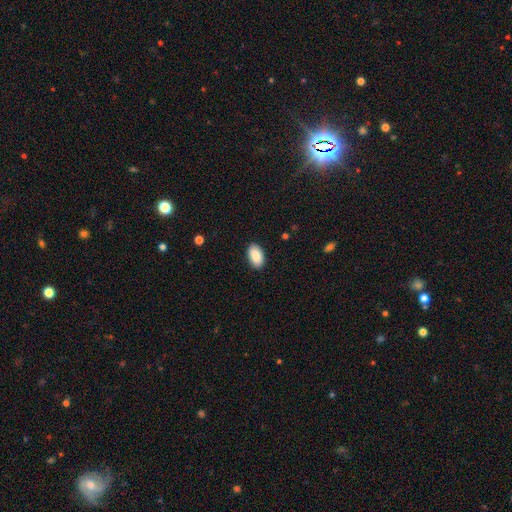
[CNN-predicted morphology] This is clearly a smooth galaxy (89%). How rounded: clearly in between (95%). Merging: clearly none (89%).